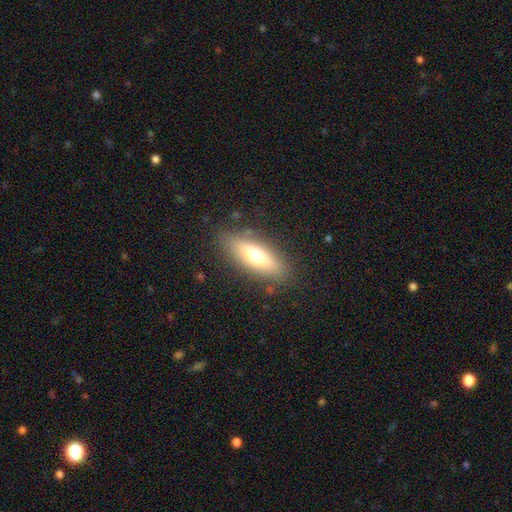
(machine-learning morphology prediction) type=smooth (64%); roundness=in between (57%); merging=none (84%).